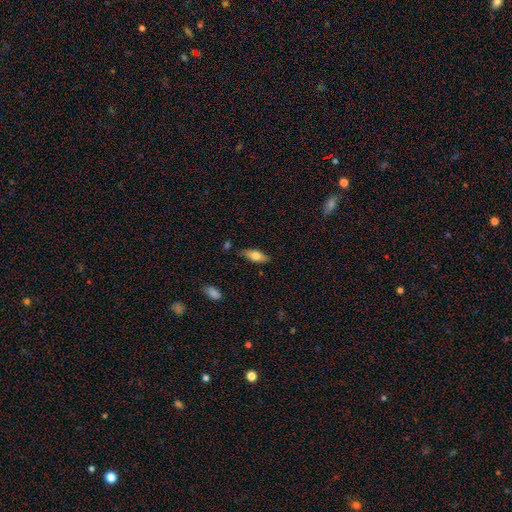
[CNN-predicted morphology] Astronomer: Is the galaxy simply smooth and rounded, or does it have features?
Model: smooth — 72%.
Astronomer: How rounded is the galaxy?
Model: in between — 76%.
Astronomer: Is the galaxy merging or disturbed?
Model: none — 79%.